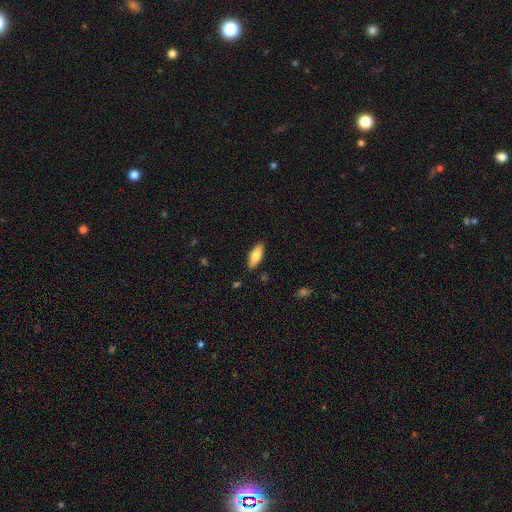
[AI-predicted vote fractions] Morphology: type=smooth (79%); roundness=in between (72%); merging=none (88%).